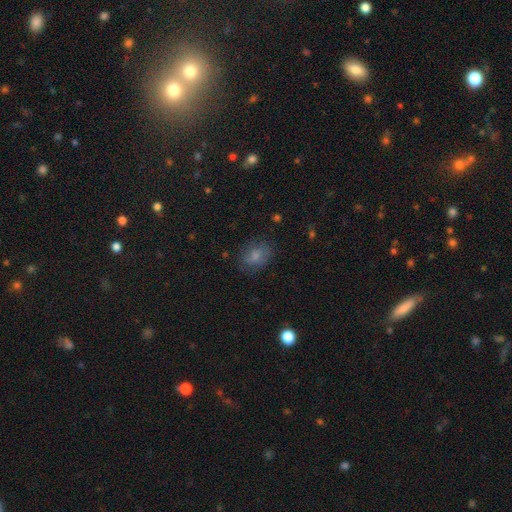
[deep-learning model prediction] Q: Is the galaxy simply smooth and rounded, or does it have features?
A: smooth — 73%.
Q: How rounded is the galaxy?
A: in between — 65%.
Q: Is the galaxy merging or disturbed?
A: none — 72%.